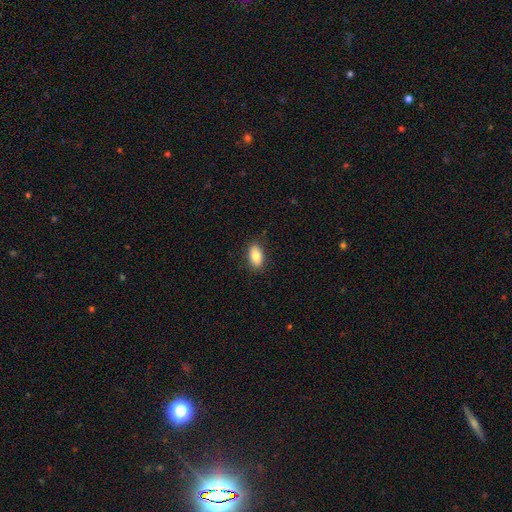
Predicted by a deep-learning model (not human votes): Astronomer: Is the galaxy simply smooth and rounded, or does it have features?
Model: smooth — 83%.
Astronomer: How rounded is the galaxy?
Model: in between — 91%.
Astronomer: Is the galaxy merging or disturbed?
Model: none — 86%.